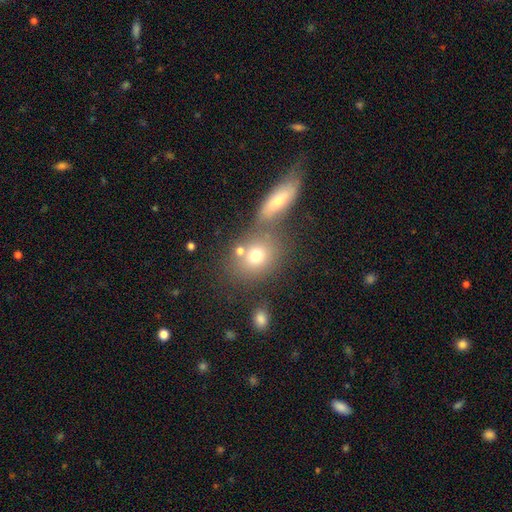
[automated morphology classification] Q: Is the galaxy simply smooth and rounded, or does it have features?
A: smooth — 72%.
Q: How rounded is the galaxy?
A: round — 61%.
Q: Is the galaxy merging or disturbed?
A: none — 53%.